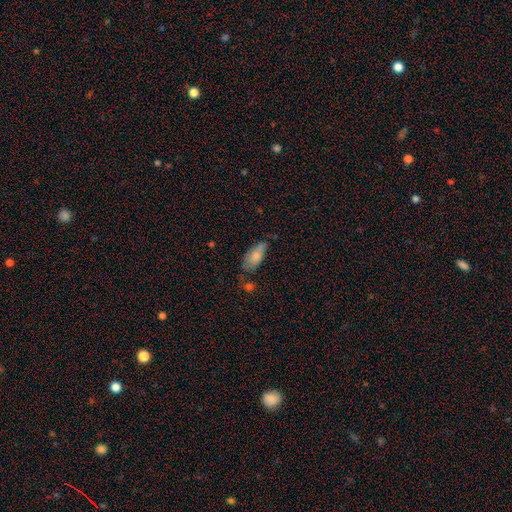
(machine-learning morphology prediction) Smooth or featured: smooth — 77% (featured or disk — 16%)
How rounded: in between — 87% (cigar-shaped — 11%)
Merging: none — 49% (minor disturbance — 34%)